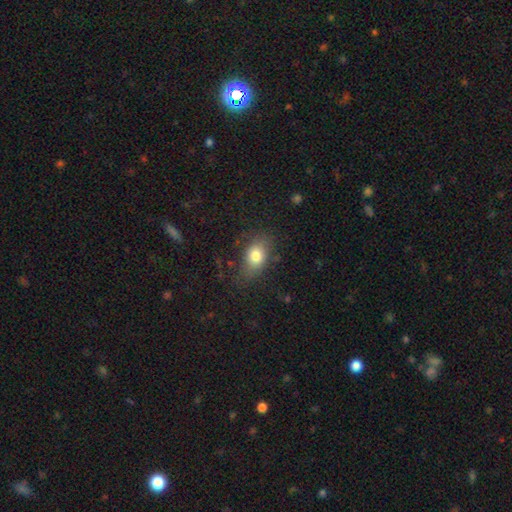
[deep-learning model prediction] The model was most divided on "merging": none: 72%, minor disturbance: 19%, major disturbance: 7%, merger: 2%. More confident: how rounded — in between (81%); smooth or featured — smooth (79%).